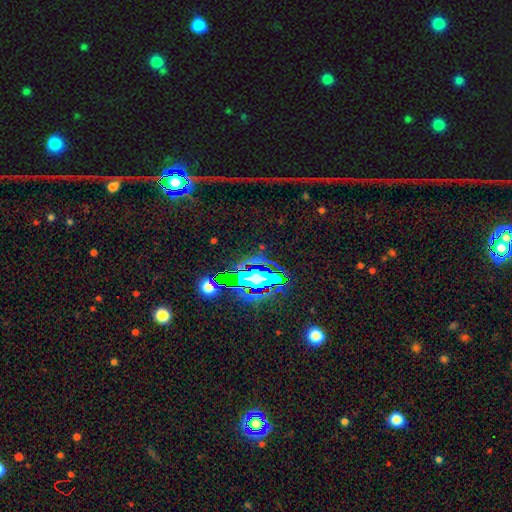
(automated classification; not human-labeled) The model was most divided on "smooth or featured": star or artifact: 78%, smooth: 11%, featured or disk: 11%.